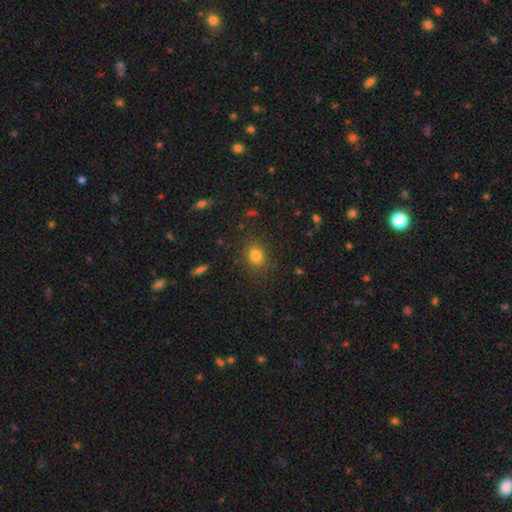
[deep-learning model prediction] Morphology: type=smooth (81%); roundness=round (50%); merging=none (83%).